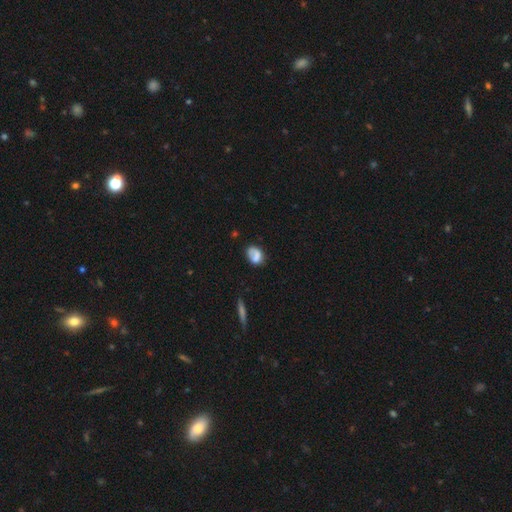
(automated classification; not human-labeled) smooth 68%, featured or disk 22%, star or artifact 10%. Down the decision tree: how rounded — in between (64%); merging — none (53%).